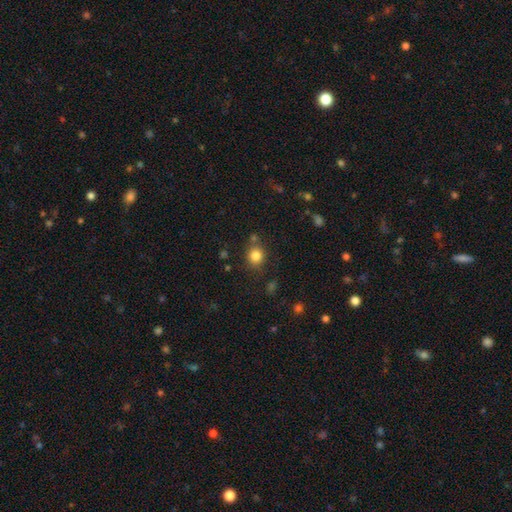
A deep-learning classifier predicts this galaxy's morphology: smooth 82%, star or artifact 12%, featured or disk 6%. Down the decision tree: how rounded — round (82%); merging — none (77%).